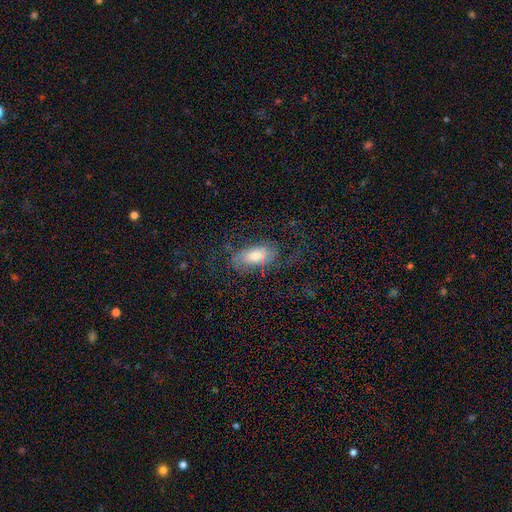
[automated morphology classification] Q: Smooth or featured?
A: featured or disk (48%); runner-up: smooth (43%)
Q: Merging?
A: none (58%); runner-up: major disturbance (22%)